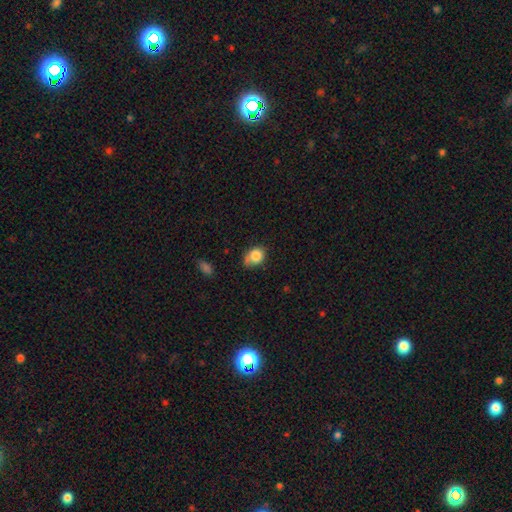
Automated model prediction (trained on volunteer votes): Morphology: type=smooth (82%); roundness=in between (56%); merging=none (50%).